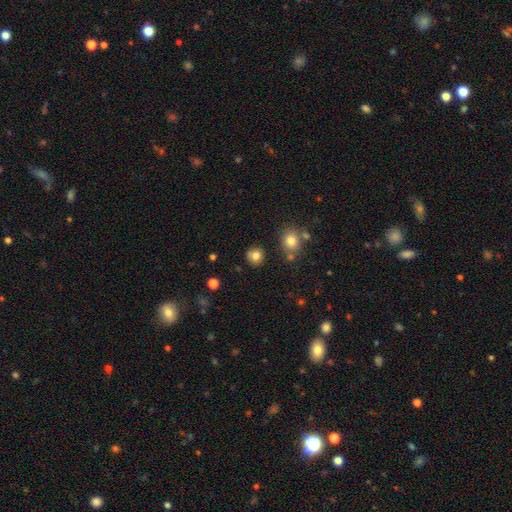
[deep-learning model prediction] Q: Smooth or featured?
A: smooth (79%); runner-up: star or artifact (12%)
Q: How rounded?
A: round (89%); runner-up: in between (10%)
Q: Merging?
A: none (81%); runner-up: minor disturbance (10%)